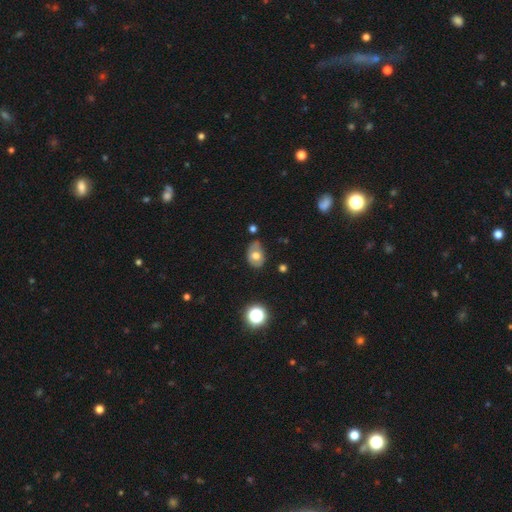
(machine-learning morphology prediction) smooth-or-featured: smooth: 64% | featured or disk: 26% | star or artifact: 10%
  how-rounded: in between: 74% | round: 24% | cigar-shaped: 1%
  merging: none: 57% | minor disturbance: 31% | major disturbance: 8% | merger: 5%